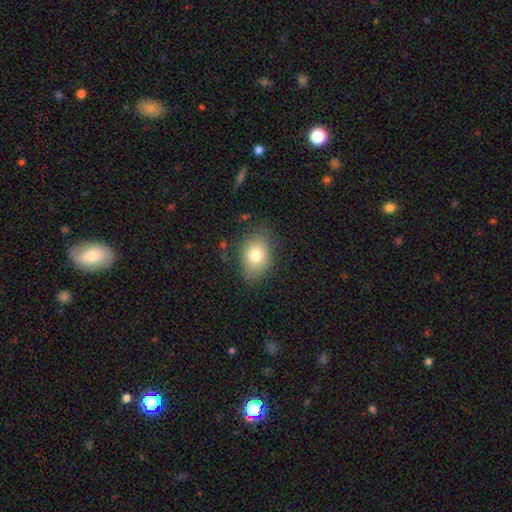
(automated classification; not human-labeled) Smooth or featured: smooth — 77% (featured or disk — 13%)
How rounded: in between — 75% (round — 23%)
Merging: none — 77% (minor disturbance — 16%)